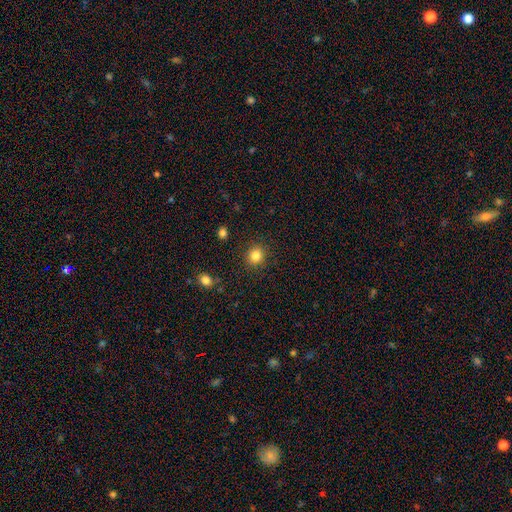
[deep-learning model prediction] Smooth or featured? smooth (84%)
How rounded? round (88%)
Merging? none (90%)